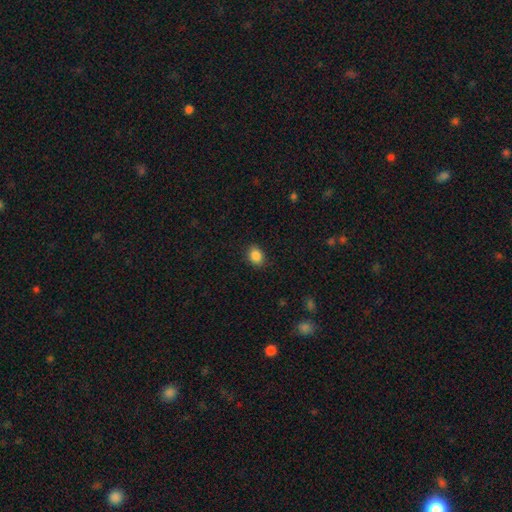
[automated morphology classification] type=smooth (87%); roundness=in between (61%); merging=none (87%).